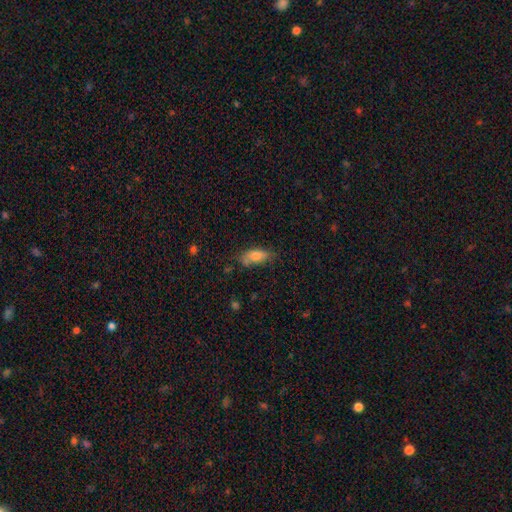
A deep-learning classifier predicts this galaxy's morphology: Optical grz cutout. It shows a smooth galaxy with no disk features (78%) that is in between round and cigar-shaped (77%). Merging: none (62%).